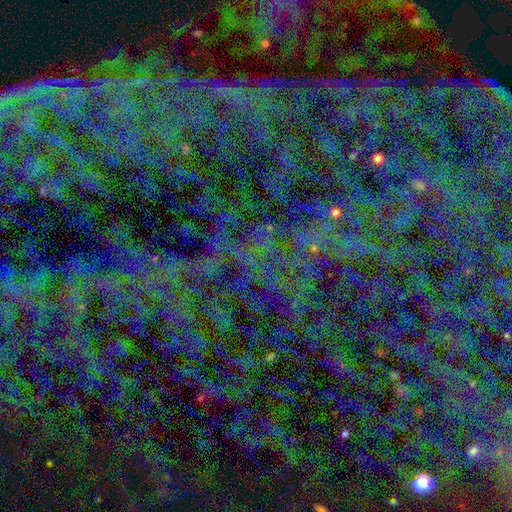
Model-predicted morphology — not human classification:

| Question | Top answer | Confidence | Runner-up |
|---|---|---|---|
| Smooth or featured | star or artifact | 79% | smooth (13%) |